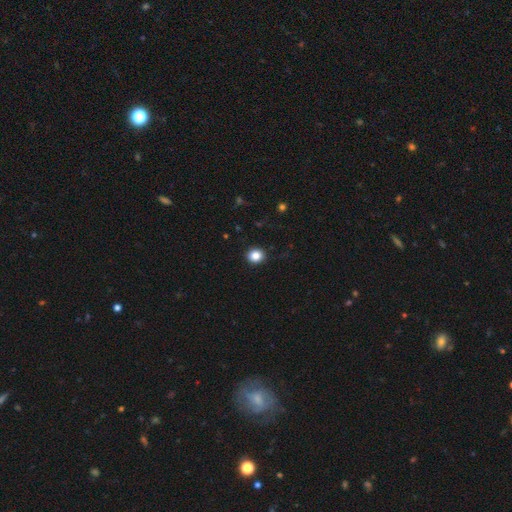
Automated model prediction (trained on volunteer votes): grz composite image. It shows a smooth galaxy with no disk features (85%) that is round (79%). Merging: none (91%).